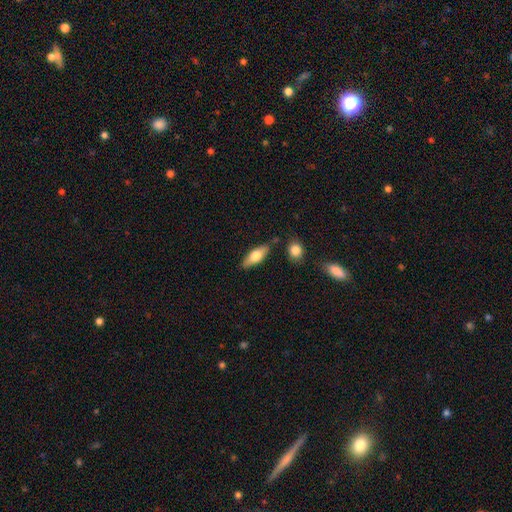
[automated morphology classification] Overall: smooth (61%; featured or disk 33%). How rounded: in between (67%; cigar-shaped 30%). Merging: none (81%).